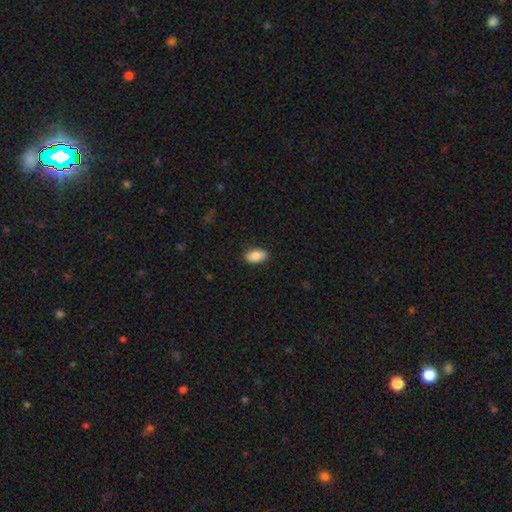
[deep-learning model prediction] This is clearly a smooth galaxy (84%). How rounded: clearly in between (93%). Merging: clearly none (86%).